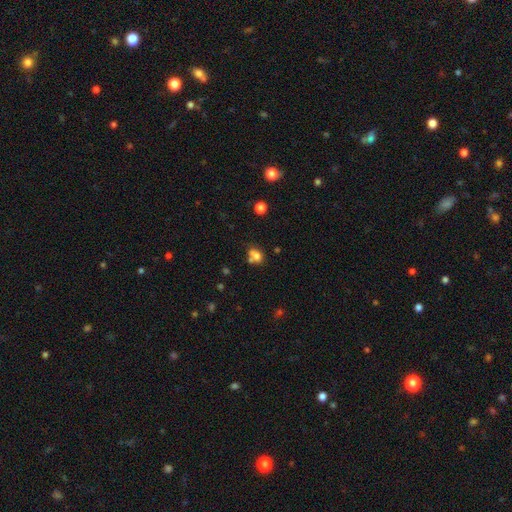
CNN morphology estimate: smooth 71%, featured or disk 15%, star or artifact 14%. Down the decision tree: how rounded — in between (51%); merging — merger (42%).